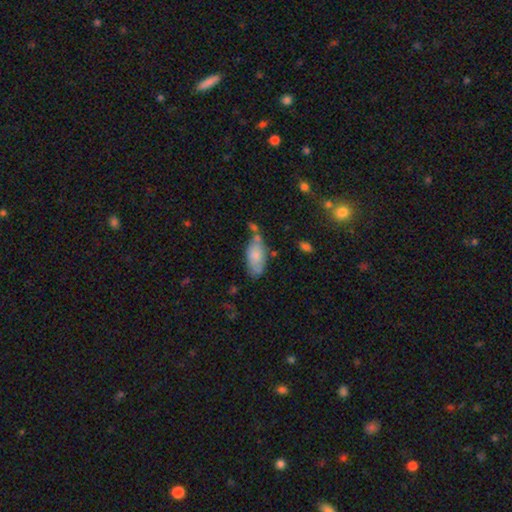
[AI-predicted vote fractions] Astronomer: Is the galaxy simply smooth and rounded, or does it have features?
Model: smooth — 76%.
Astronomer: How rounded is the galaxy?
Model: in between — 88%.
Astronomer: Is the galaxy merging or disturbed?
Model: none — 52%.